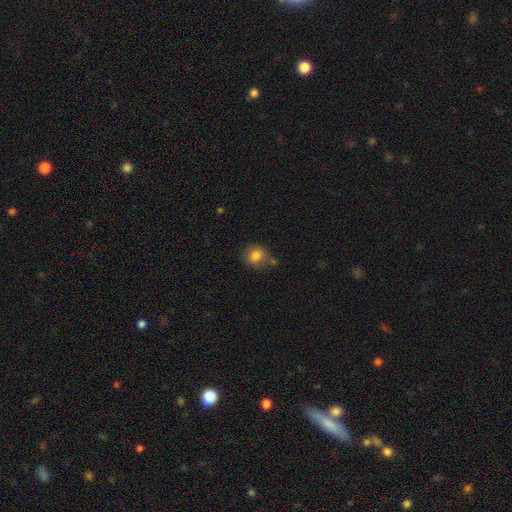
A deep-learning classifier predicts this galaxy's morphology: Smooth or featured? Predicted: smooth (p=0.83). How rounded? Predicted: round (p=0.83). Merging? Predicted: none (p=0.67).